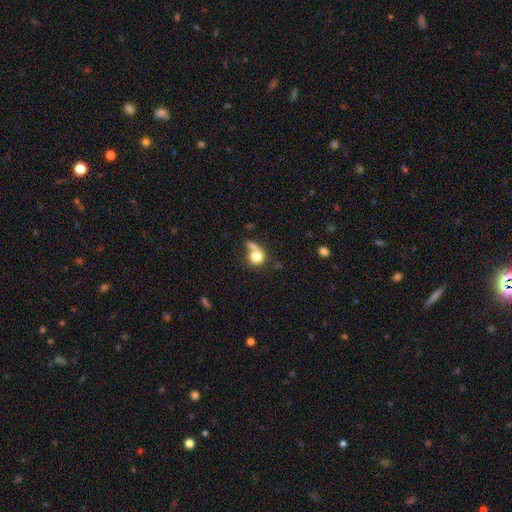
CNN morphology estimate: smooth_or_featured: smooth (p=0.76) [alt: featured or disk p=0.14]
how_rounded: round (p=0.72) [alt: in between p=0.26]
merging: none (p=0.35) [alt: merger p=0.31]